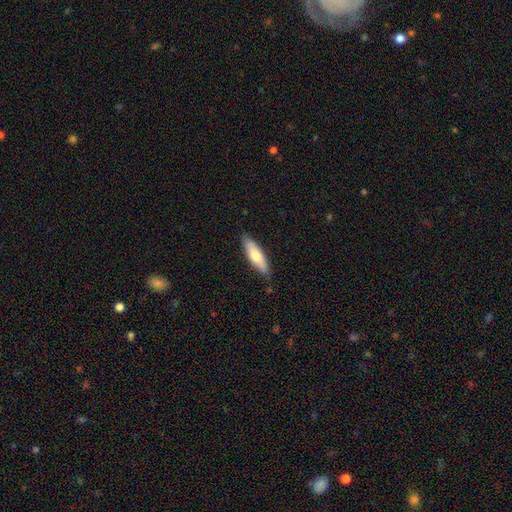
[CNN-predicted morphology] Smooth or featured? smooth (68%)
How rounded? cigar-shaped (54%)
Merging? none (82%)